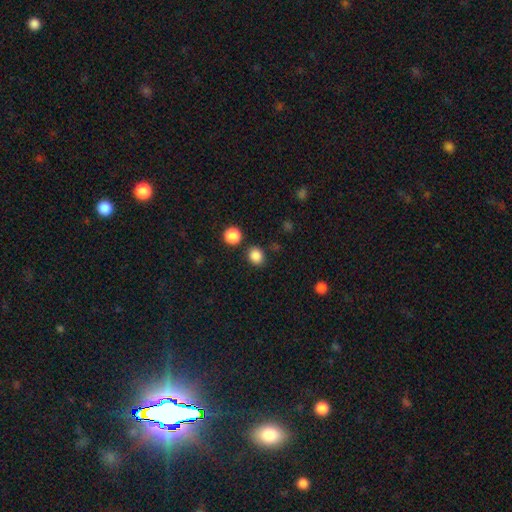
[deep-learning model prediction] The model was most divided on "how rounded": round: 72%, in between: 27%, cigar-shaped: 1%. More confident: smooth or featured — smooth (86%); merging — none (83%).